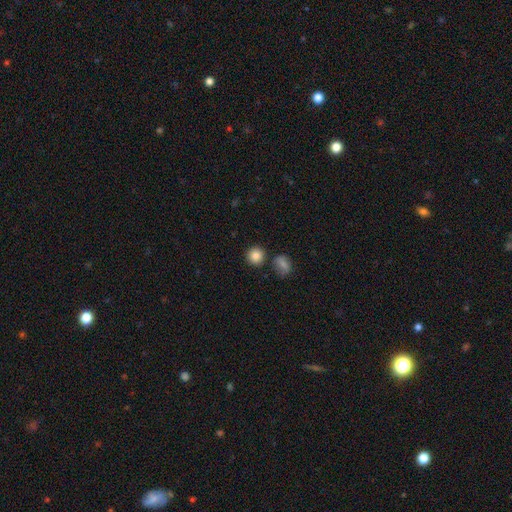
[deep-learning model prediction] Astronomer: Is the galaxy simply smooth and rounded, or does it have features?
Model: smooth — 86%.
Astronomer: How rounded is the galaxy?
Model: round — 90%.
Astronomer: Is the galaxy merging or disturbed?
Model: none — 81%.